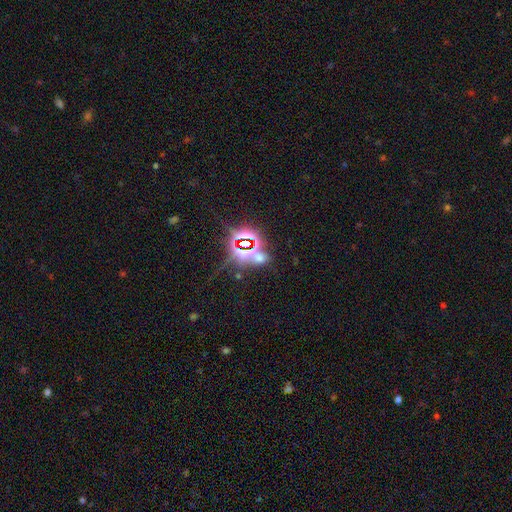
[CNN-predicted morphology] A star or artifact, not a galaxy (65%).

Vote fractions:
- Smooth or featured? star or artifact: 65% / smooth: 27% / featured or disk: 9%